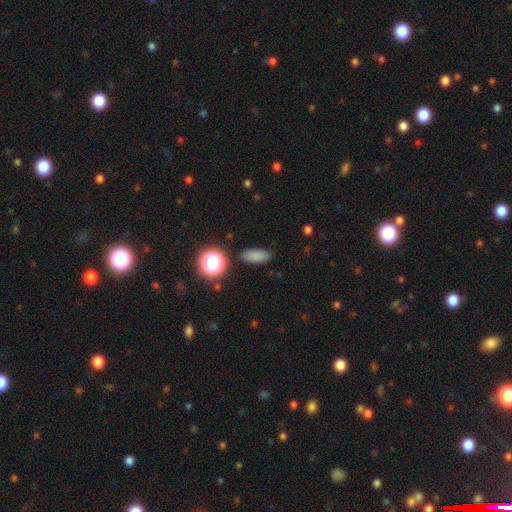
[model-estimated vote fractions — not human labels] A smooth galaxy with no disk features (81%) that is in between round and cigar-shaped (76%).

Vote fractions:
- Smooth or featured? smooth: 81% / star or artifact: 13% / featured or disk: 7%
- How rounded? in between: 76% / cigar-shaped: 16% / round: 8%
- Merging? none: 85% / minor disturbance: 10% / major disturbance: 3% / merger: 2%